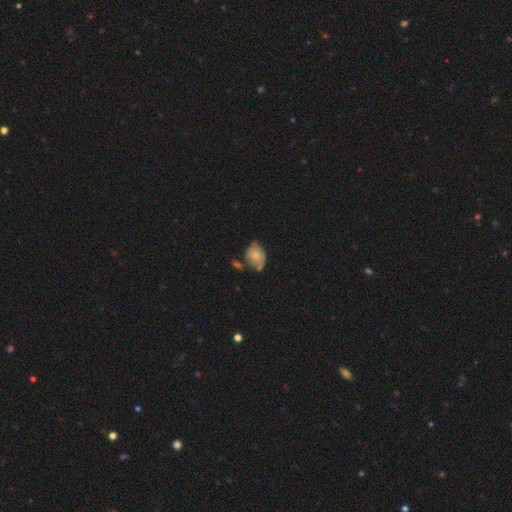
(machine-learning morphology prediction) This appears to be a smooth galaxy with no disk features (60%) that is in between round and cigar-shaped (71%). Merging: none (42%).